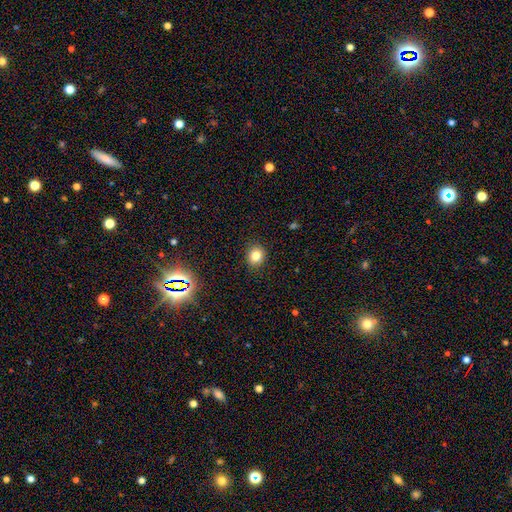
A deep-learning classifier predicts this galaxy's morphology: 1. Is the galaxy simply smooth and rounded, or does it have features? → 81% smooth, 13% star or artifact, 6% featured or disk.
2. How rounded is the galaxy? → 72% round, 27% in between, 1% cigar-shaped.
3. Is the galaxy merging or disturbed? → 89% none, 7% minor disturbance, 2% major disturbance, 1% merger.